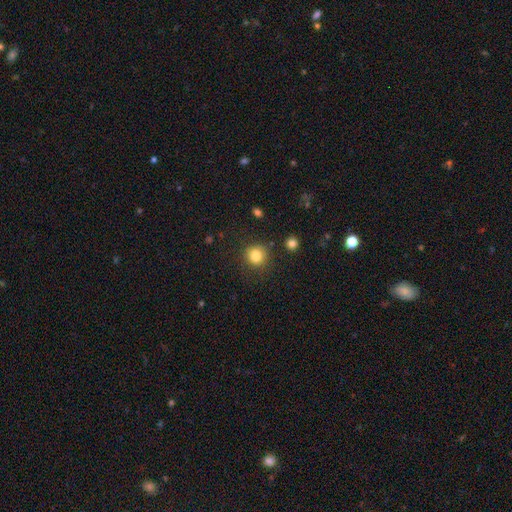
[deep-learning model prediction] Smooth or featured: smooth — 84% (star or artifact — 11%)
How rounded: round — 90% (in between — 9%)
Merging: none — 83% (minor disturbance — 10%)